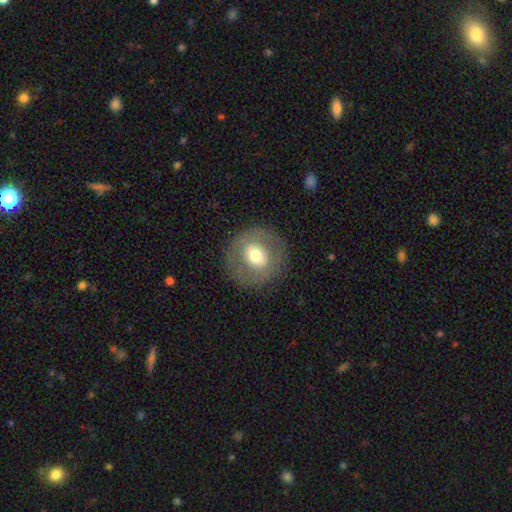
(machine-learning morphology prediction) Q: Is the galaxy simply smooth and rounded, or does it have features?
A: smooth — 56%.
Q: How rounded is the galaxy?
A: round — 88%.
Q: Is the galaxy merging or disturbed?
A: none — 84%.